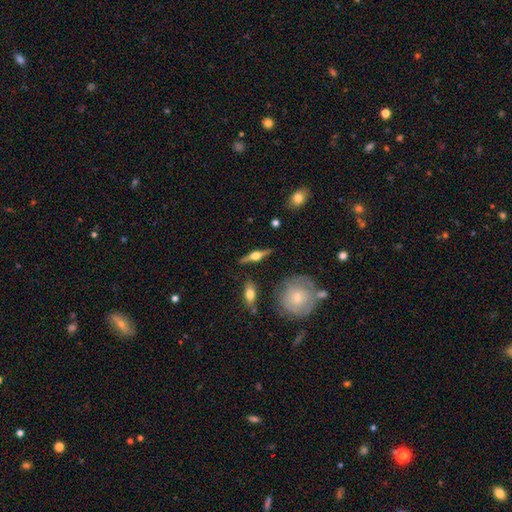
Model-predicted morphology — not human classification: The model was most divided on "smooth or featured": featured or disk: 76%, smooth: 18%, star or artifact: 6%. More confident: edge-on disk — yes (96%); edge-on bulge — rounded (94%); merging — none (86%).